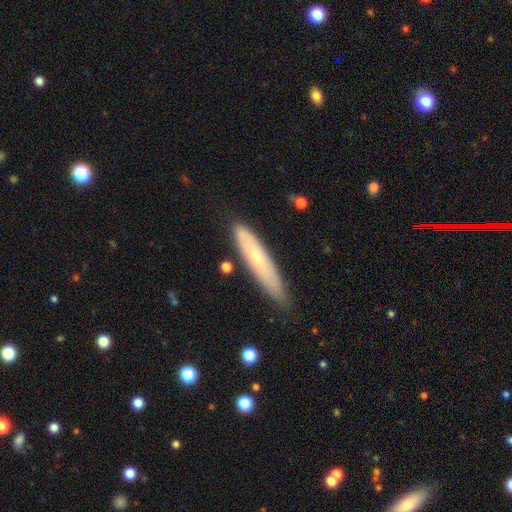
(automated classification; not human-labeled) Smooth or featured?
  - smooth: 55% *
  - featured or disk: 38%
  - star or artifact: 7%
How rounded?
  - cigar-shaped: 84% *
  - in between: 15%
  - round: 1%
Merging?
  - none: 75% *
  - minor disturbance: 20%
  - major disturbance: 3%
  - merger: 2%